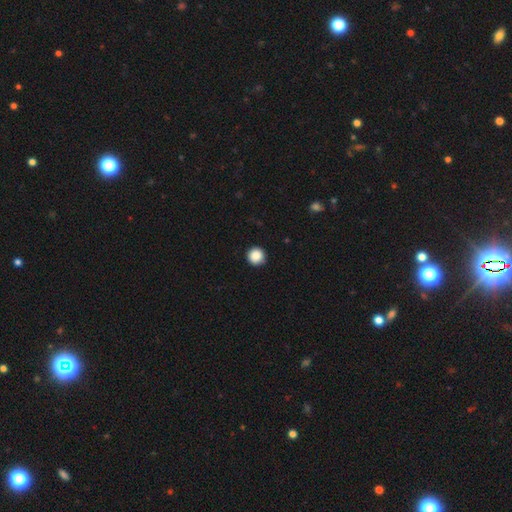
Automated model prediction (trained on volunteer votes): The model was most divided on "smooth or featured": smooth: 88%, star or artifact: 9%, featured or disk: 3%. More confident: how rounded — round (96%); merging — none (91%).